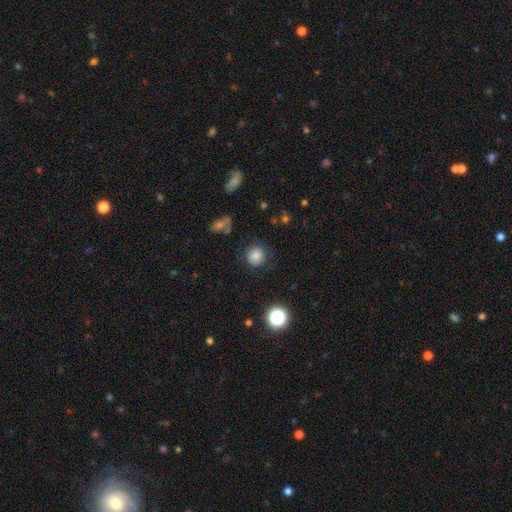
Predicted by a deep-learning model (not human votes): This is clearly a smooth galaxy (81%). How rounded: clearly round (91%). Merging: clearly none (80%).